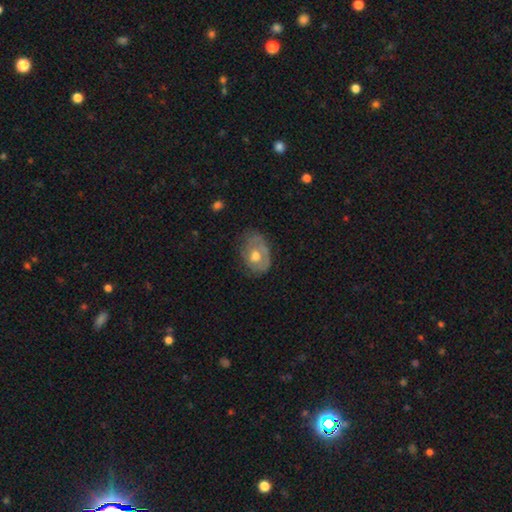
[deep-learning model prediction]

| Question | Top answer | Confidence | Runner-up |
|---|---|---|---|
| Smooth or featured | featured or disk | 54% | smooth (39%) |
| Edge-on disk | no | 94% | yes (6%) |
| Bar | no | 82% | weak (16%) |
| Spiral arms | no | 53% | yes (47%) |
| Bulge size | moderate | 73% | large (14%) |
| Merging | none | 53% | minor disturbance (31%) |